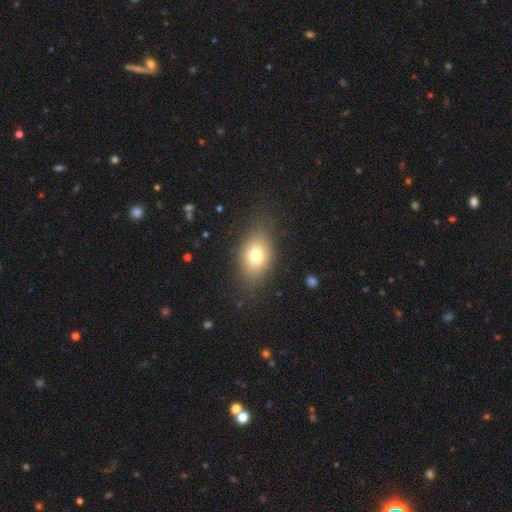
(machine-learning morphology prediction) A smooth galaxy with no disk features (74%) that is in between round and cigar-shaped (77%). Merging: none (79%).